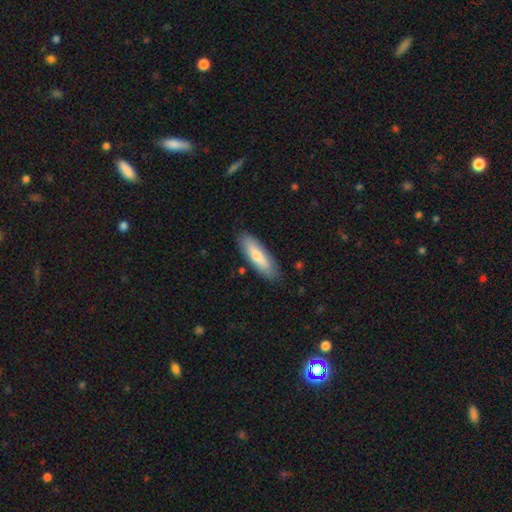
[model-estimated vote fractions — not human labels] A smooth galaxy with no disk features (68%) that is cigar-shaped (60%). Merging: none (86%).